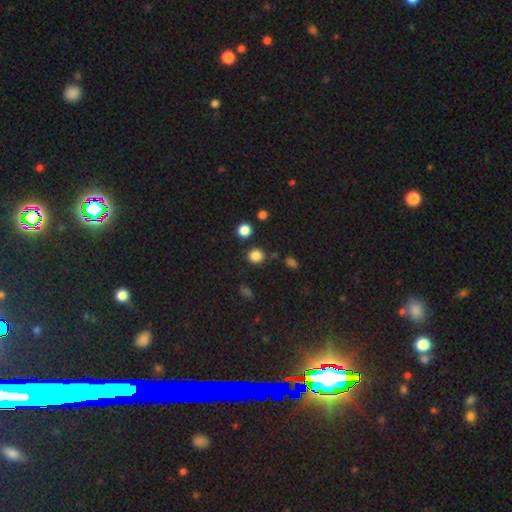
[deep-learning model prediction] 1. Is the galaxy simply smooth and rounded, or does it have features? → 84% smooth, 13% star or artifact, 4% featured or disk.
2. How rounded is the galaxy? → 89% round, 10% in between, 1% cigar-shaped.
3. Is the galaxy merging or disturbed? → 85% none, 7% minor disturbance, 5% merger, 3% major disturbance.